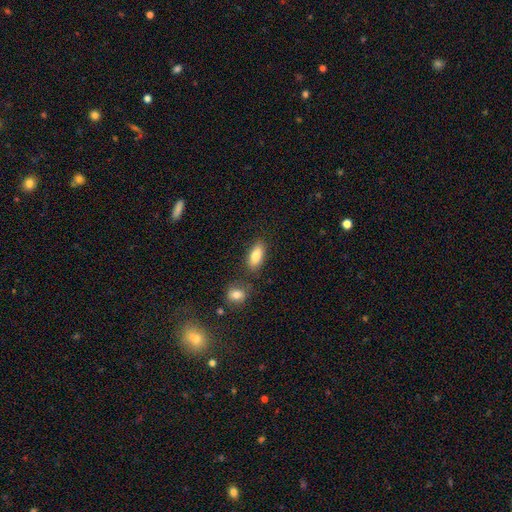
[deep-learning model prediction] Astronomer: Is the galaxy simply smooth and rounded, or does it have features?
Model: smooth — 84%.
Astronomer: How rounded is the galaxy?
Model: in between — 85%.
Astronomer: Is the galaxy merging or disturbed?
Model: none — 76%.